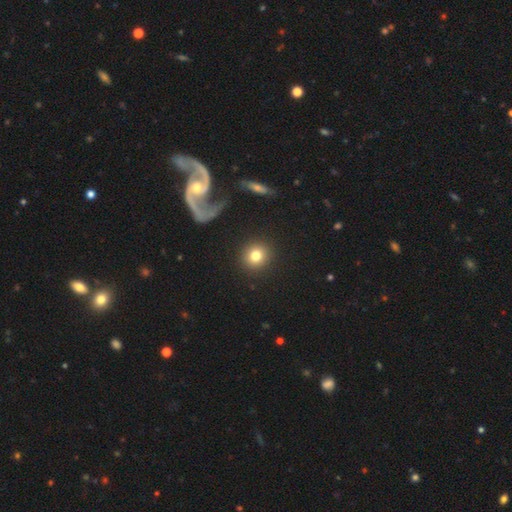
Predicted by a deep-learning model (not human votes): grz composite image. It shows a smooth galaxy with no disk features (80%) that is round (91%). Merging: none (90%).